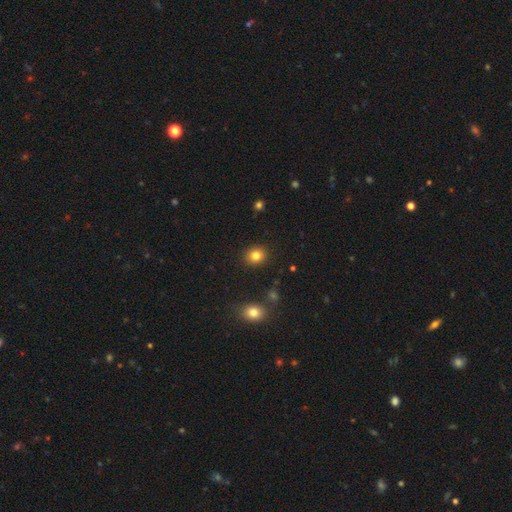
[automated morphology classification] This appears to be a smooth galaxy with no disk features (82%) that is round (70%). Merging: none (89%).